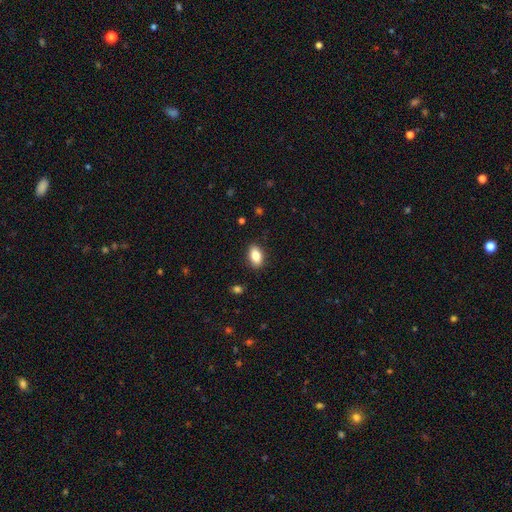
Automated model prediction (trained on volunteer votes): smooth-or-featured: smooth: 85% | featured or disk: 8% | star or artifact: 7%
  how-rounded: in between: 89% | round: 8% | cigar-shaped: 3%
  merging: none: 89% | minor disturbance: 8% | major disturbance: 2% | merger: 1%